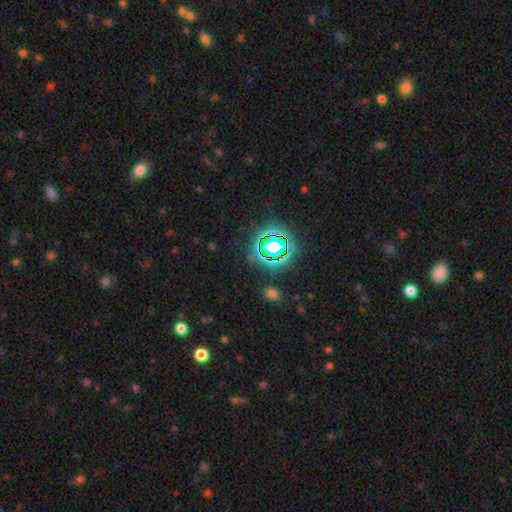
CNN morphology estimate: Smooth or featured? Predicted: star or artifact (p=0.76).